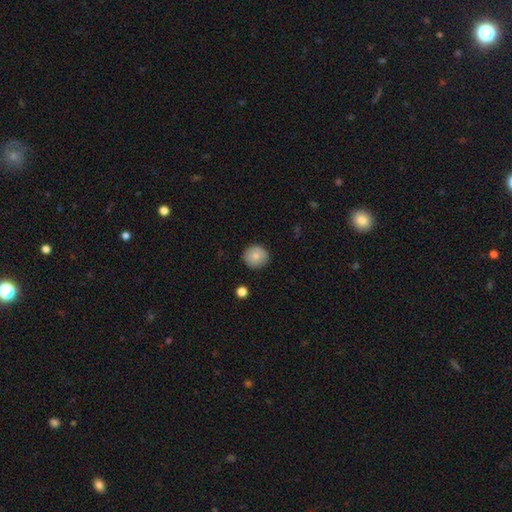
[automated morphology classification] Smooth or featured? smooth (79%)
How rounded? round (92%)
Merging? none (87%)